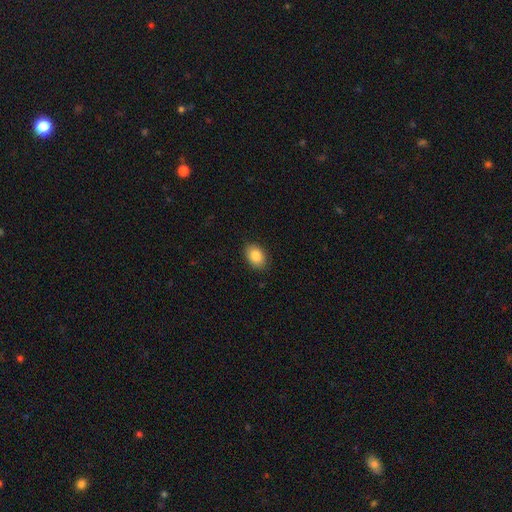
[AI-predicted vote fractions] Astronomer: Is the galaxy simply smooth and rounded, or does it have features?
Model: smooth — 86%.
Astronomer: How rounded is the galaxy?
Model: in between — 78%.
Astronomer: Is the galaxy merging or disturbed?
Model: none — 87%.